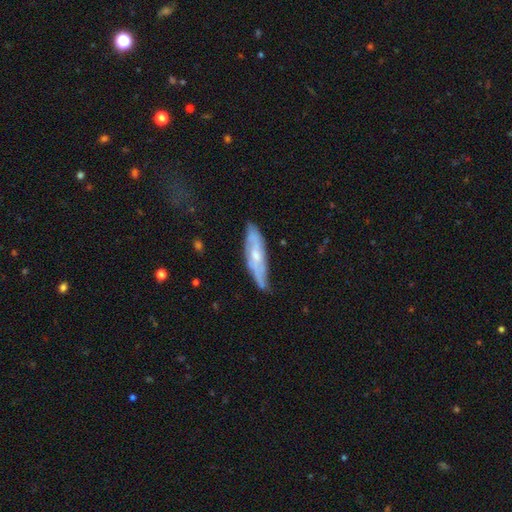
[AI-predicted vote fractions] This appears to be a featured or disk galaxy (60%). Merging: none (66%).